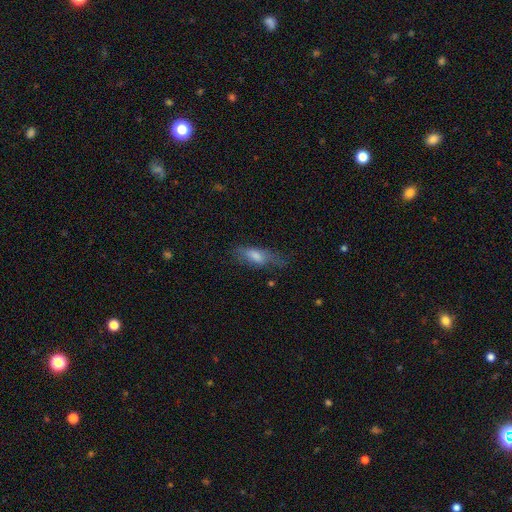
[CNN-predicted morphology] Smooth or featured? smooth (59%)
How rounded? in between (49%)
Merging? none (57%)